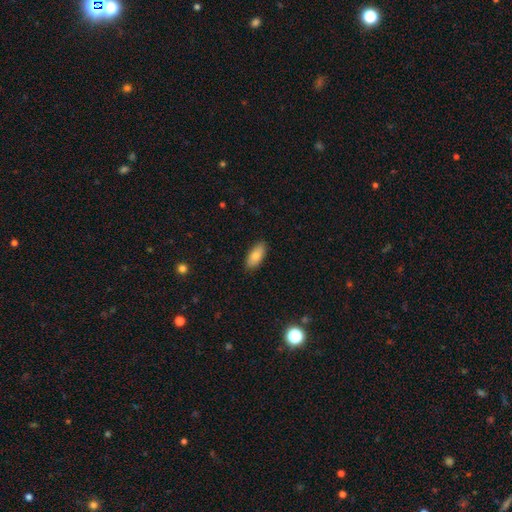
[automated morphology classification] Q: Smooth or featured?
A: smooth (81%); runner-up: featured or disk (12%)
Q: How rounded?
A: in between (87%); runner-up: cigar-shaped (10%)
Q: Merging?
A: none (87%); runner-up: minor disturbance (10%)